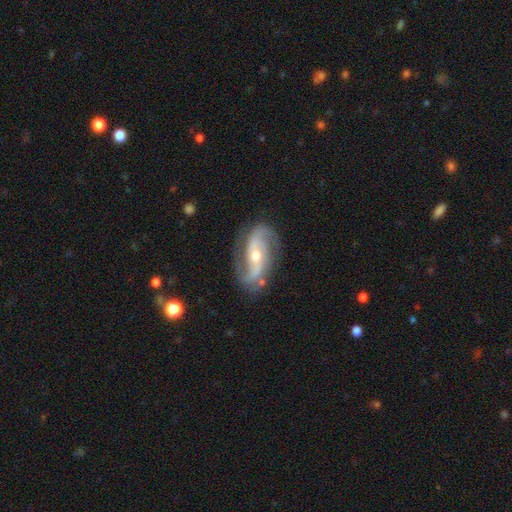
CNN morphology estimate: Smooth or featured? featured or disk (88%)
Edge-on disk? no (95%)
Bar? no (37%)
Spiral arms? yes (96%)
Spiral winding? medium (44%)
Spiral arm count? 2 (88%)
Bulge size? moderate (54%)
Merging? none (75%)